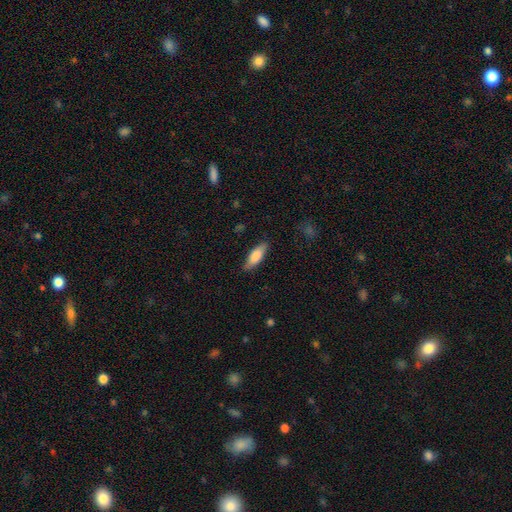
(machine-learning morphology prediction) smooth 79%, featured or disk 16%, star or artifact 6%. Down the decision tree: how rounded — in between (59%); merging — none (83%).